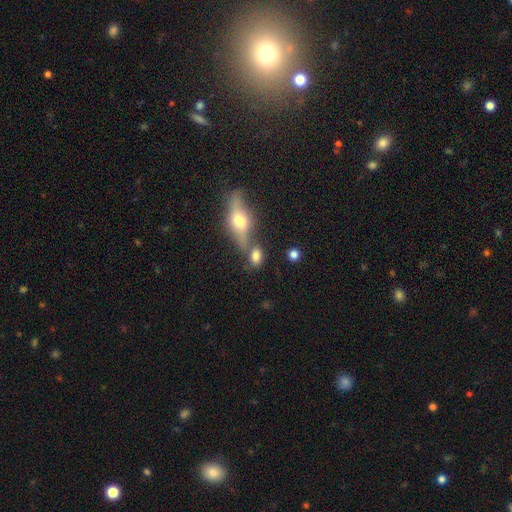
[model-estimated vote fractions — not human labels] Smooth or featured?
  - smooth: 73% *
  - featured or disk: 16%
  - star or artifact: 10%
How rounded?
  - in between: 76% *
  - round: 17%
  - cigar-shaped: 7%
Merging?
  - none: 55% *
  - merger: 26%
  - minor disturbance: 13%
  - major disturbance: 6%